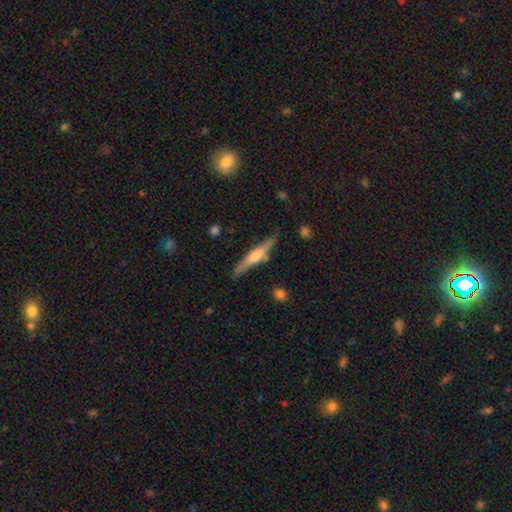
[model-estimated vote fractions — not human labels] Overall: featured or disk (55%; smooth 39%). Edge-on disk: yes (96%). Edge-on bulge: rounded (70%). Merging: none (81%).